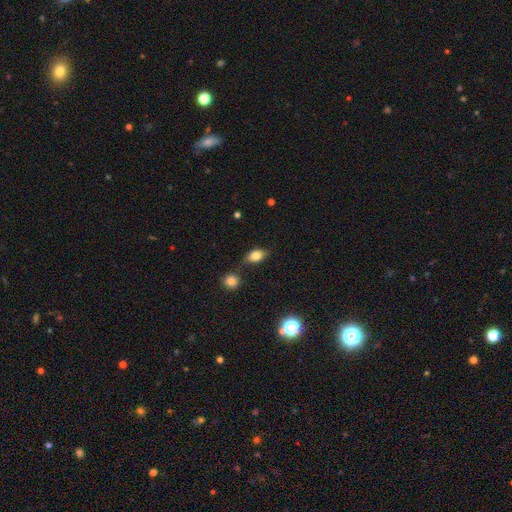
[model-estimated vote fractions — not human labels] A smooth galaxy with no disk features (77%) that is in between round and cigar-shaped (81%). Merging: none (71%).